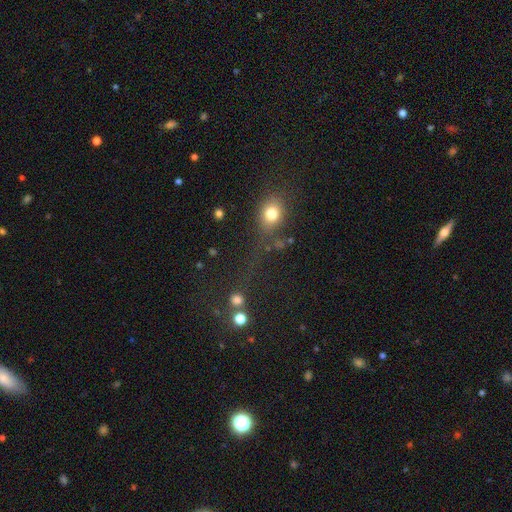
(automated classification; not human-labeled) Morphology: type=smooth (48%); merging=none (48%).